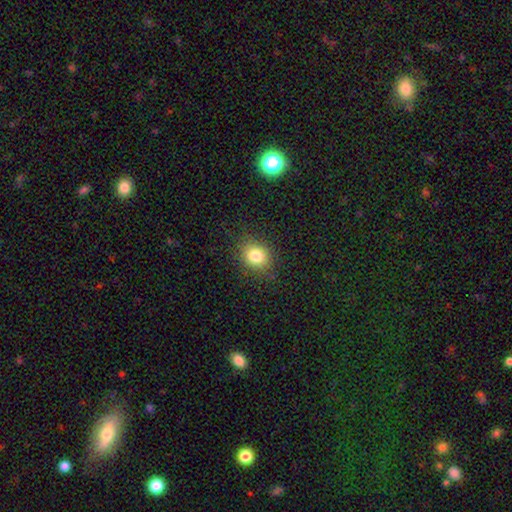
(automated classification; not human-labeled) Smooth or featured? smooth (81%)
How rounded? round (68%)
Merging? none (86%)